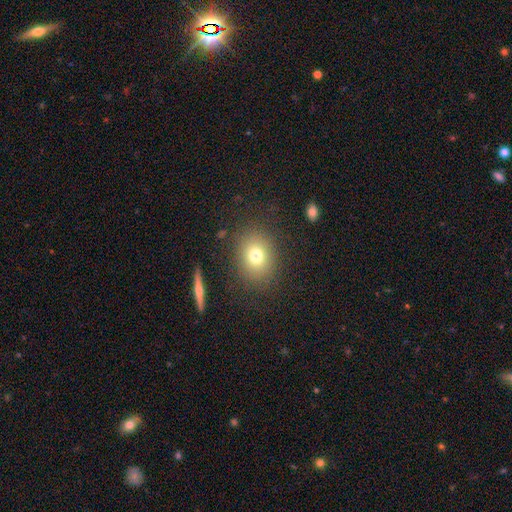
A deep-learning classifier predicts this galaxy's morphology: smooth_or_featured: smooth (p=0.75) [alt: star or artifact p=0.13]
how_rounded: round (p=0.51) [alt: in between p=0.48]
merging: none (p=0.84) [alt: minor disturbance p=0.10]